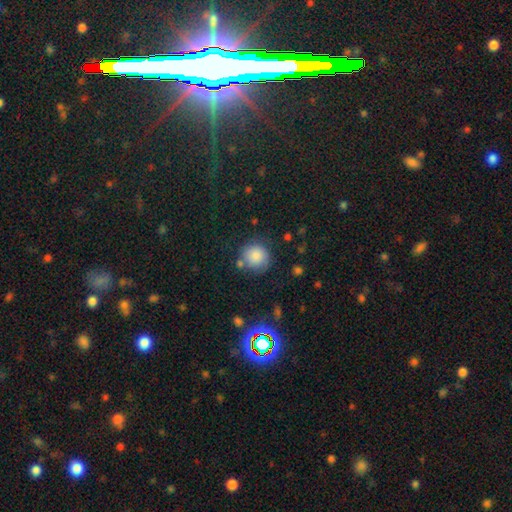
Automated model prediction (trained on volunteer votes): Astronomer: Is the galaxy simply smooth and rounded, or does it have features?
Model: smooth — 83%.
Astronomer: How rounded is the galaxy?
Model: round — 91%.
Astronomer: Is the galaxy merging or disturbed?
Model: none — 70%.